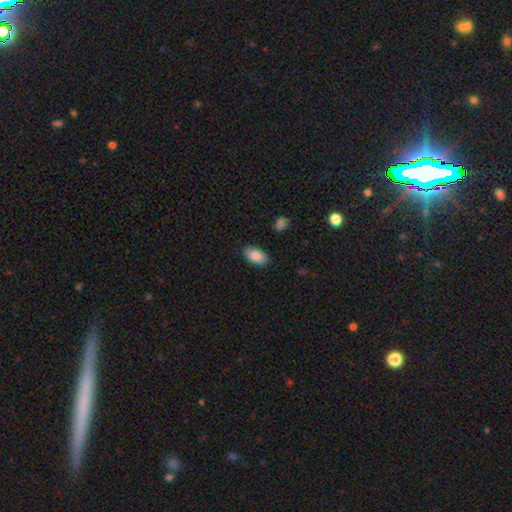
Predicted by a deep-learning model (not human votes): Smooth or featured? smooth (86%)
How rounded? in between (94%)
Merging? none (86%)